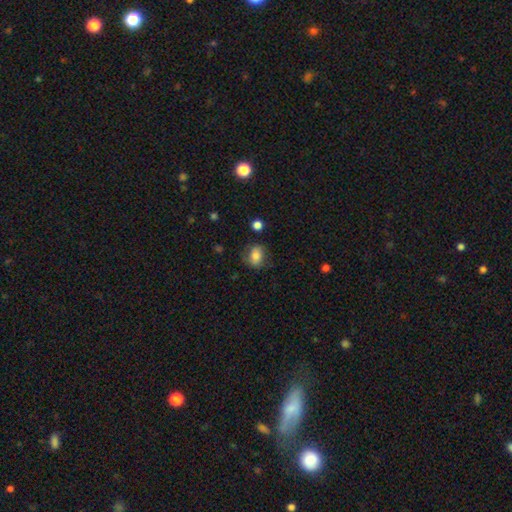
smooth_or_featured: smooth (p=0.82) [alt: featured or disk p=0.13]
how_rounded: in between (p=0.52) [alt: round p=0.48]
merging: none (p=0.69) [alt: minor disturbance p=0.22]